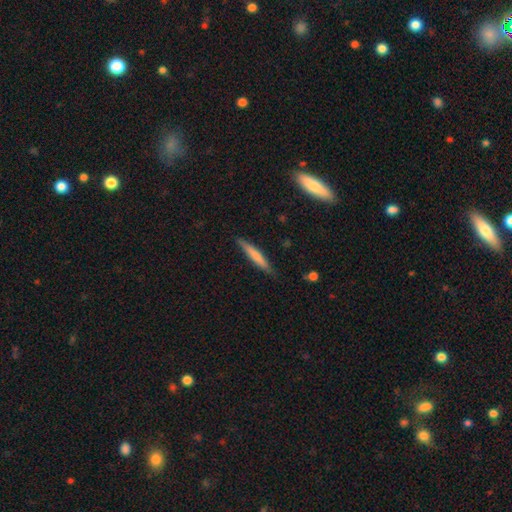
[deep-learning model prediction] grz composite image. It shows a smooth galaxy with no disk features (66%) that is cigar-shaped (93%). Merging: none (86%).